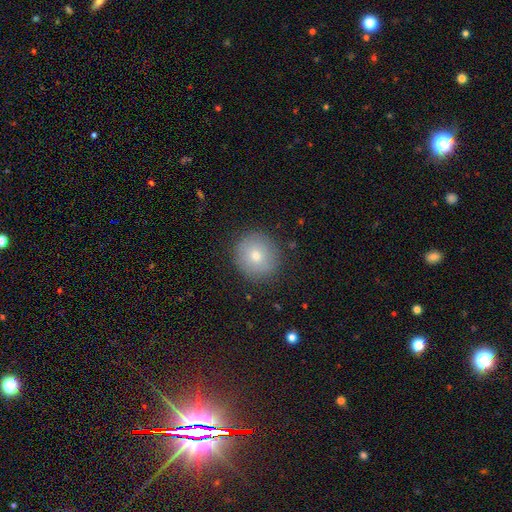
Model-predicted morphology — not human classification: smooth_or_featured: smooth (p=0.72) [alt: featured or disk p=0.16]
how_rounded: round (p=0.92) [alt: in between p=0.07]
merging: none (p=0.88) [alt: minor disturbance p=0.08]